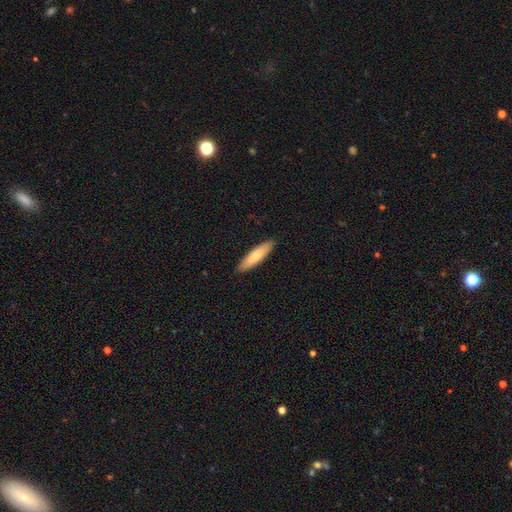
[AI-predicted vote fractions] The model was most divided on "how rounded": cigar-shaped: 69%, in between: 29%, round: 1%. More confident: merging — none (90%); smooth or featured — smooth (74%).